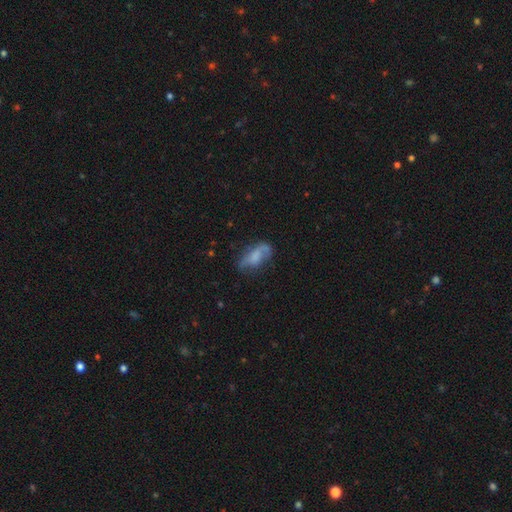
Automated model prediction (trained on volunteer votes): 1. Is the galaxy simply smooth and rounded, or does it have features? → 55% smooth, 35% featured or disk, 10% star or artifact.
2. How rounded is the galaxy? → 82% in between, 14% cigar-shaped, 4% round.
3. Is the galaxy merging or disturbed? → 44% none, 29% minor disturbance, 21% major disturbance, 6% merger.